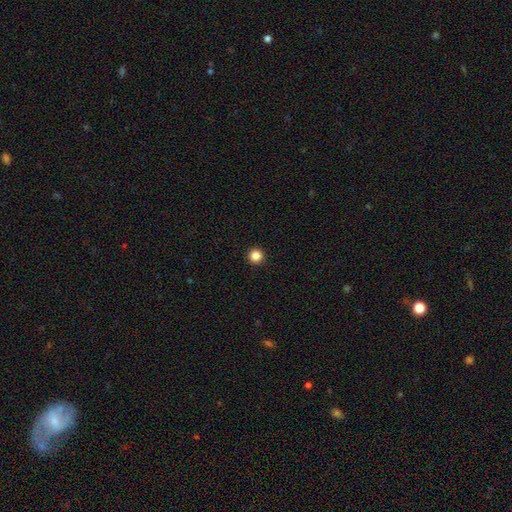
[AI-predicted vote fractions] Q: Smooth or featured?
A: smooth (86%); runner-up: star or artifact (11%)
Q: How rounded?
A: round (97%); runner-up: in between (2%)
Q: Merging?
A: none (94%); runner-up: minor disturbance (3%)